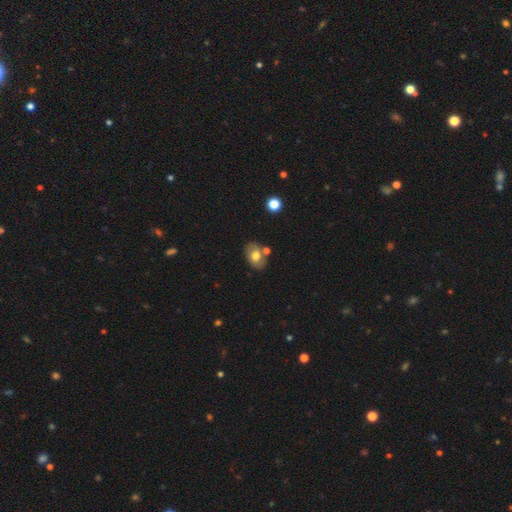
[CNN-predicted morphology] This is likely a smooth galaxy (70%). How rounded: clearly in between (80%). Merging: likely none (70%).